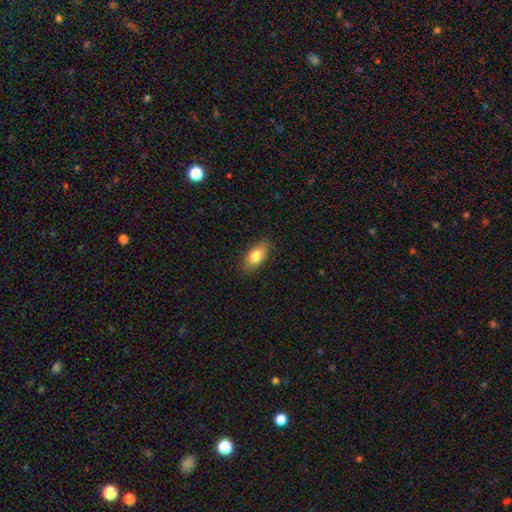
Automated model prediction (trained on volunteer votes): Q: Smooth or featured?
A: smooth (79%); runner-up: featured or disk (14%)
Q: How rounded?
A: in between (88%); runner-up: cigar-shaped (6%)
Q: Merging?
A: none (84%); runner-up: minor disturbance (12%)